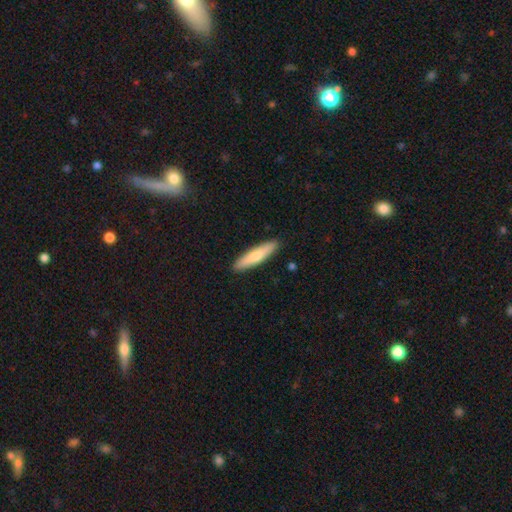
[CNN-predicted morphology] Smooth or featured? smooth (72%)
How rounded? cigar-shaped (82%)
Merging? none (90%)